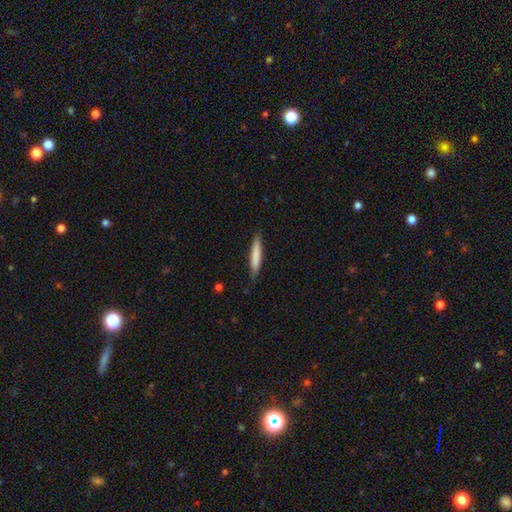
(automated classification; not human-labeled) Overall: smooth (79%). How rounded: cigar-shaped (92%). Merging: none (85%).